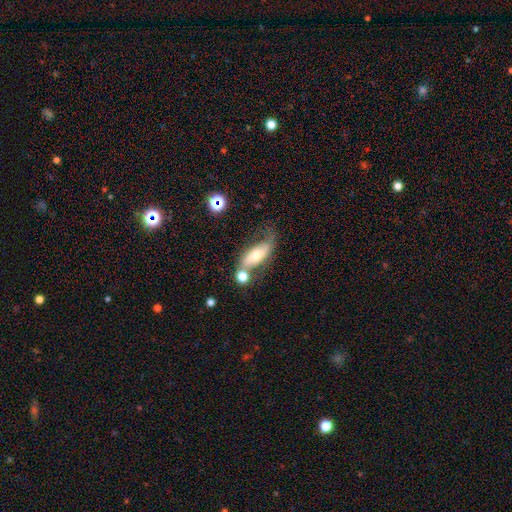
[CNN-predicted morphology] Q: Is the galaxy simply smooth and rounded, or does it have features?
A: featured or disk — 48%.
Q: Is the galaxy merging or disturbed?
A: none — 40%.